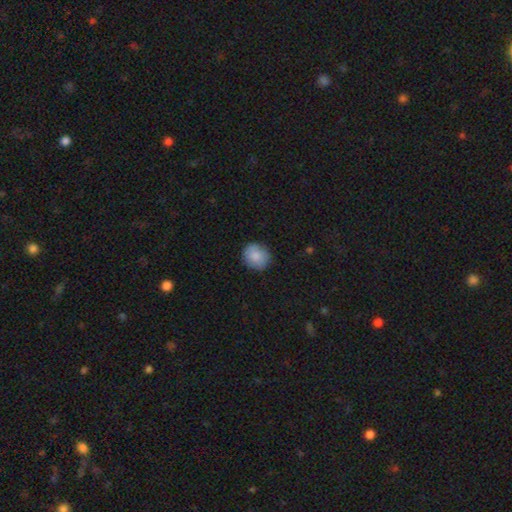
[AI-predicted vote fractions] Smooth or featured?
  - smooth: 85% *
  - featured or disk: 8%
  - star or artifact: 7%
How rounded?
  - round: 83% *
  - in between: 16%
  - cigar-shaped: 1%
Merging?
  - none: 83% *
  - minor disturbance: 13%
  - major disturbance: 3%
  - merger: 1%